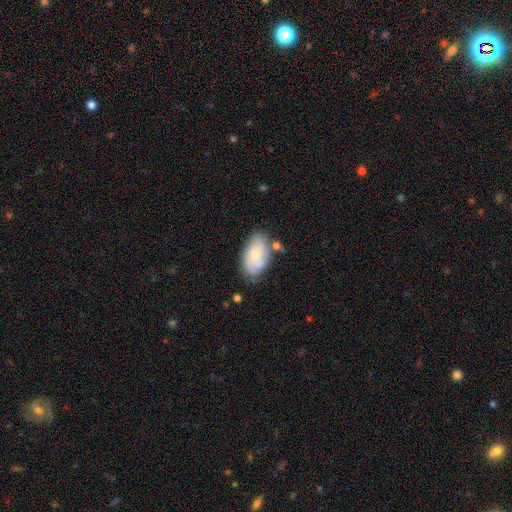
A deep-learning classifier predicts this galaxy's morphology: The model was most divided on "smooth or featured": smooth: 59%, featured or disk: 34%, star or artifact: 7%. More confident: how rounded — in between (93%); merging — none (65%).